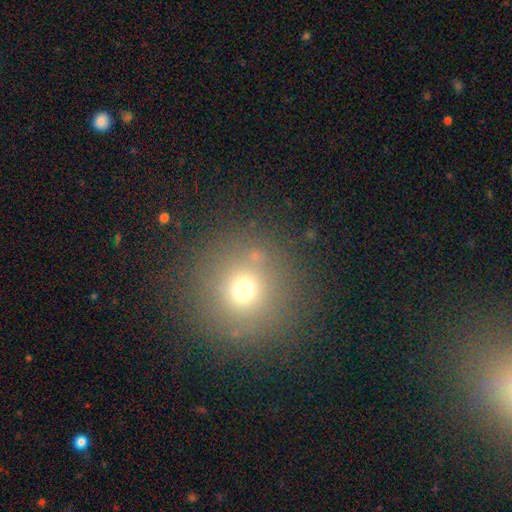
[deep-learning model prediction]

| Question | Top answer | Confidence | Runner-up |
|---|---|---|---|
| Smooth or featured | smooth | 67% | star or artifact (21%) |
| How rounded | round | 94% | in between (5%) |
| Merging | none | 84% | minor disturbance (8%) |